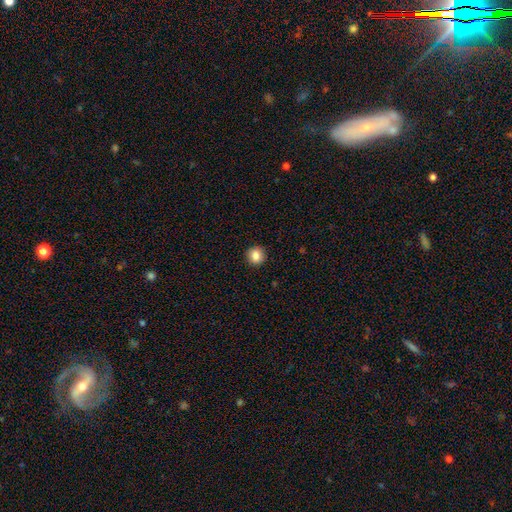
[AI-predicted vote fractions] Smooth or featured? Predicted: smooth (p=0.86). How rounded? Predicted: round (p=0.92). Merging? Predicted: none (p=0.92).